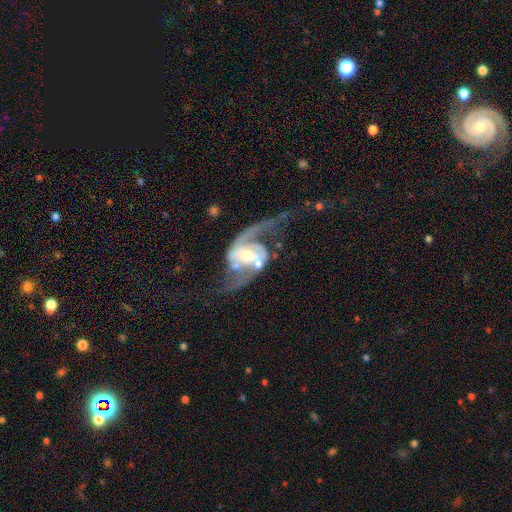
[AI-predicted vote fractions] This appears to be a featured or disk galaxy (91%) with a weak bar (39%), 2 (92%) loose (62%) spiral arms (97%) and a moderate central bulge (61%). Merging: none (46%).